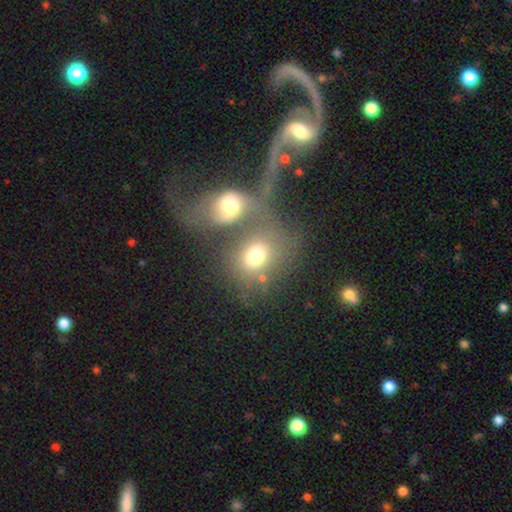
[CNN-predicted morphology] Smooth or featured? Predicted: smooth (p=0.61). How rounded? Predicted: round (p=0.55). Merging? Predicted: merger (p=0.64).